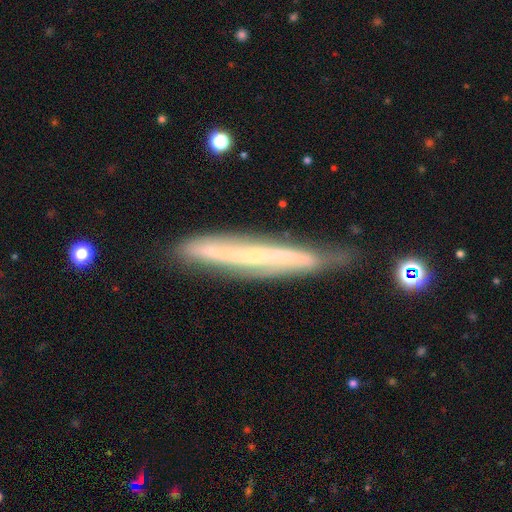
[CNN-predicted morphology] featured or disk 76%, smooth 18%, star or artifact 7%. Down the decision tree: edge-on disk — yes (69%); edge-on bulge — none (58%); merging — none (73%).